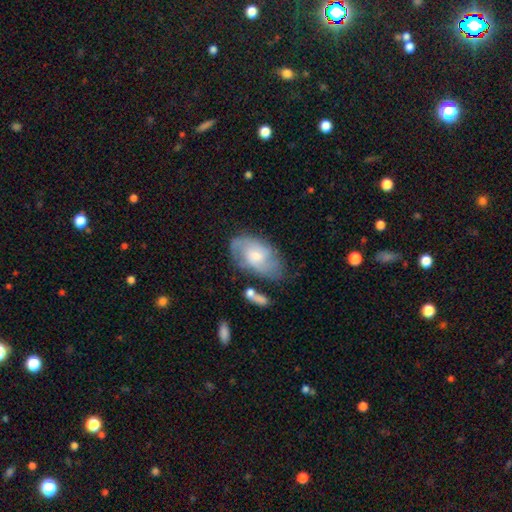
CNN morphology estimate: type=featured or disk (65%); edge-on=no (95%); bar=no (61%); spiral arms=yes (88%); winding=medium (45%); arm count=2 (43%); bulge=moderate (53%); merging=none (62%).